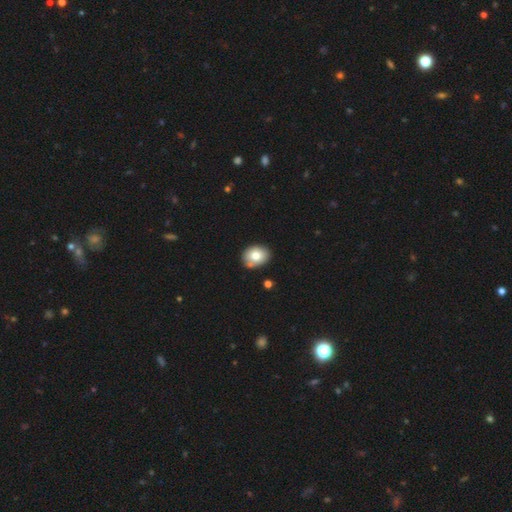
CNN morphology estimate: A smooth galaxy with no disk features (76%) that is in between round and cigar-shaped (56%). Merging: none (77%).